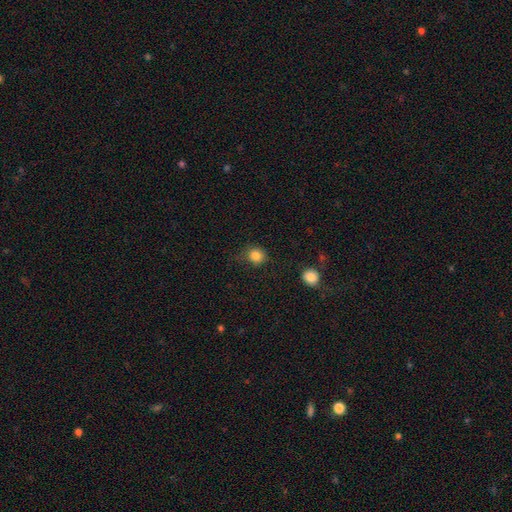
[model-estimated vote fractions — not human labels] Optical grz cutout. It shows a smooth galaxy with no disk features (83%) that is round (86%). Merging: none (73%).